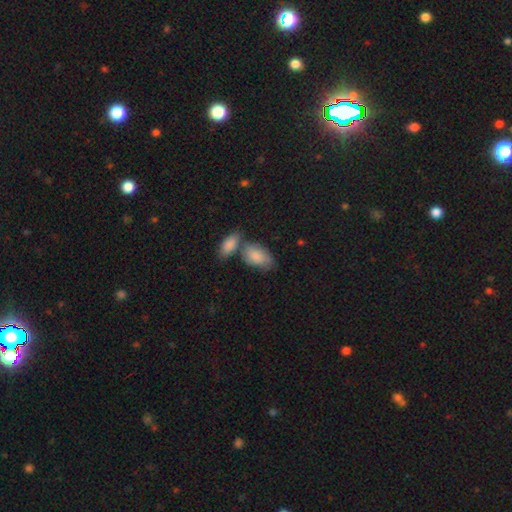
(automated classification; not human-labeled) Q: Smooth or featured?
A: smooth (84%); runner-up: featured or disk (10%)
Q: How rounded?
A: in between (93%); runner-up: round (5%)
Q: Merging?
A: none (40%); runner-up: merger (38%)